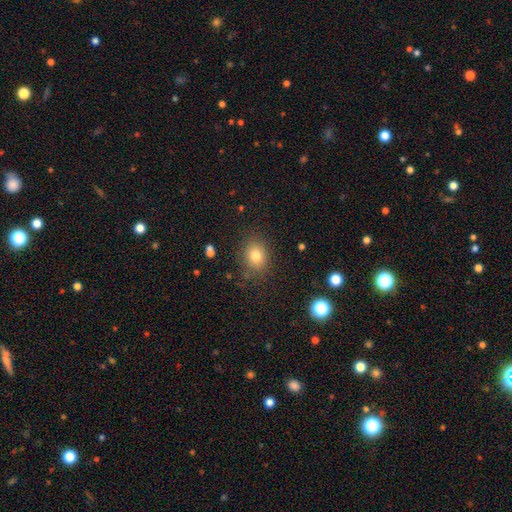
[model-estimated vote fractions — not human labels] smooth-or-featured: smooth: 79% | star or artifact: 13% | featured or disk: 8%
  how-rounded: round: 58% | in between: 41% | cigar-shaped: 1%
  merging: none: 82% | minor disturbance: 12% | major disturbance: 4% | merger: 2%